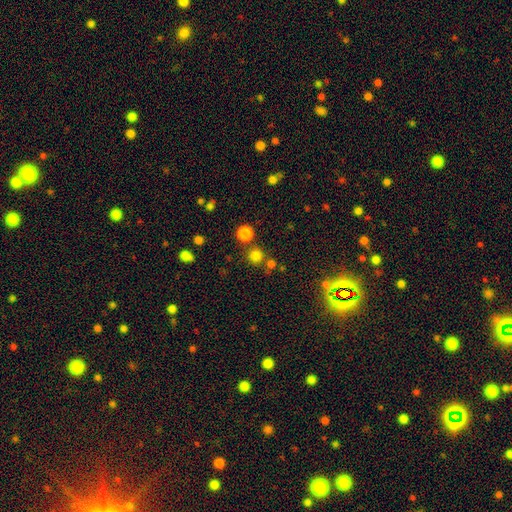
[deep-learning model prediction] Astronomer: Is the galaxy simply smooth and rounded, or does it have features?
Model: smooth — 76%.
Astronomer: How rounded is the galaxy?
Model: round — 93%.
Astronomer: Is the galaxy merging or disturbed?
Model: none — 76%.